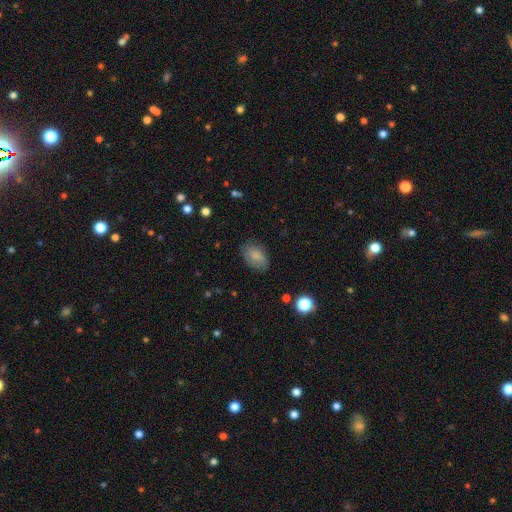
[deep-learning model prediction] Smooth or featured? smooth (81%)
How rounded? in between (90%)
Merging? none (78%)